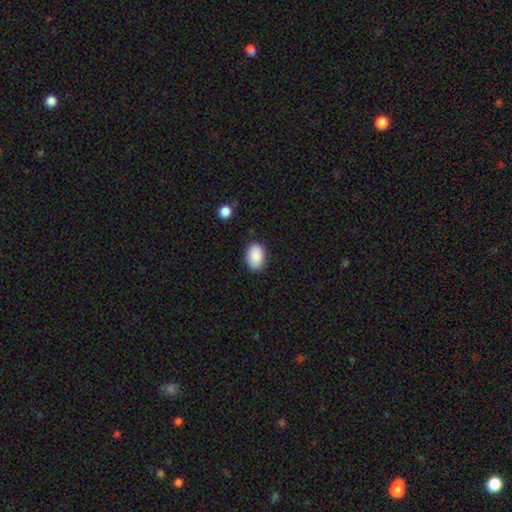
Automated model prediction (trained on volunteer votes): A smooth galaxy with no disk features (89%) that is in between round and cigar-shaped (88%). Merging: none (84%).